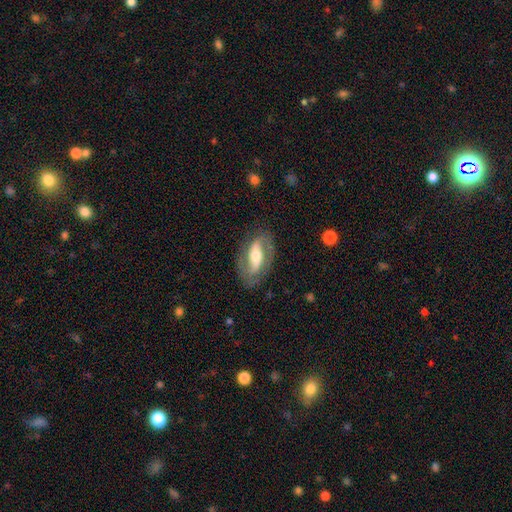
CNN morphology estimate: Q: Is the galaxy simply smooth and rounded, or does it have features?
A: featured or disk — 75%.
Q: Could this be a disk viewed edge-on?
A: no — 90%.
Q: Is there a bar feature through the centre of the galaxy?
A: strong — 51%.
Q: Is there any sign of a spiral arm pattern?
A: yes — 80%.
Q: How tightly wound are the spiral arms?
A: medium — 45%.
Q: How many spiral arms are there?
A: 2 — 87%.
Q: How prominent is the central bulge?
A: moderate — 62%.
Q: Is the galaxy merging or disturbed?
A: none — 78%.